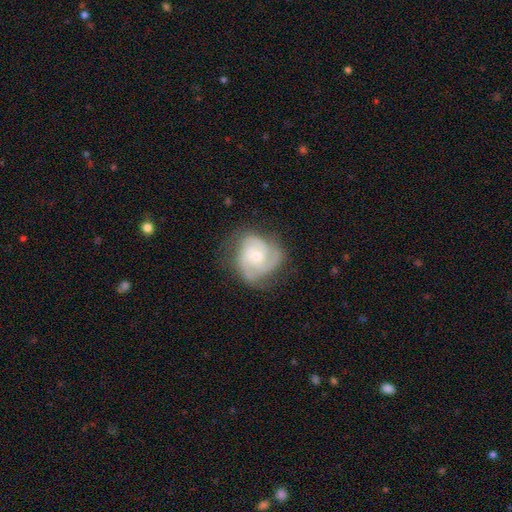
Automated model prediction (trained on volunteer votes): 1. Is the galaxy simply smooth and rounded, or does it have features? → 80% featured or disk, 14% smooth, 5% star or artifact.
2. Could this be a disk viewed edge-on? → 98% no, 2% yes.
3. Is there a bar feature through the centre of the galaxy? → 74% no, 22% weak, 3% strong.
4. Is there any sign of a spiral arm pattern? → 96% yes, 4% no.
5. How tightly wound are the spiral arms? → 50% tight, 42% medium, 9% loose.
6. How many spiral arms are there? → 58% 3, 18% 2, 10% can't tell, 8% 4, 3% 1, 3% more than 4.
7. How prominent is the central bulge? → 49% small, 46% moderate, 2% large, 2% none, 1% dominant.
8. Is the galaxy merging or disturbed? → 64% none, 24% minor disturbance, 10% major disturbance, 2% merger.